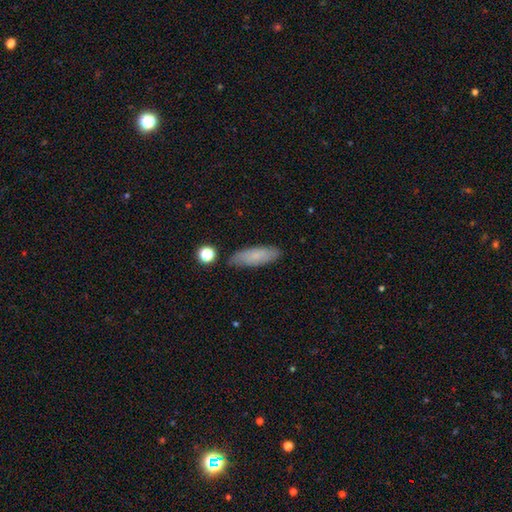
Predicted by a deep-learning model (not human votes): The model was most divided on "how rounded": in between: 58%, cigar-shaped: 40%, round: 2%. More confident: merging — none (81%); smooth or featured — smooth (77%).